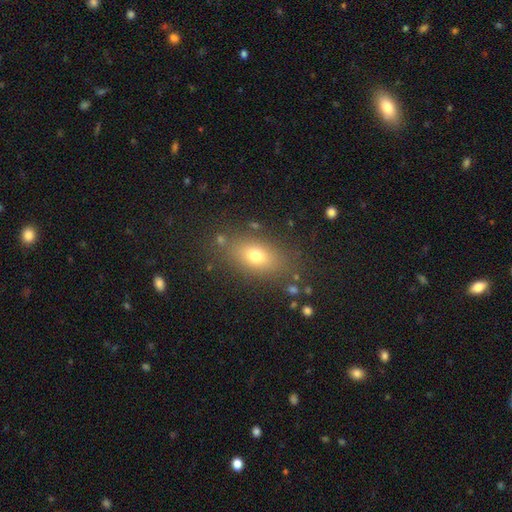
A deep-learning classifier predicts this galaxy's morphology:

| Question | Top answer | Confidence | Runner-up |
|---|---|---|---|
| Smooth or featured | smooth | 72% | featured or disk (15%) |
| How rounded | in between | 80% | round (13%) |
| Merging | none | 81% | minor disturbance (11%) |